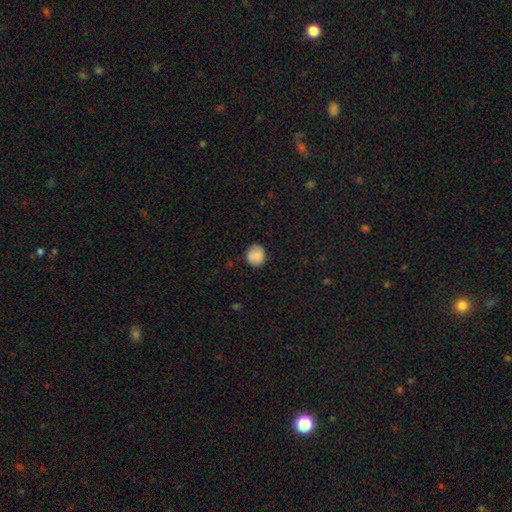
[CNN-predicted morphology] smooth-or-featured: smooth: 81% | featured or disk: 11% | star or artifact: 8%
  how-rounded: round: 85% | in between: 14% | cigar-shaped: 1%
  merging: none: 84% | minor disturbance: 12% | major disturbance: 3% | merger: 1%